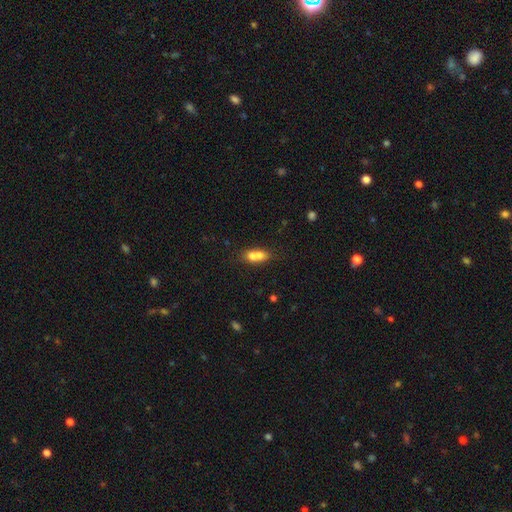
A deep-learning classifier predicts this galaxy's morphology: smooth-or-featured: smooth: 68% | featured or disk: 22% | star or artifact: 10%
  how-rounded: in between: 63% | round: 26% | cigar-shaped: 10%
  merging: merger: 63% | none: 26% | minor disturbance: 8% | major disturbance: 4%